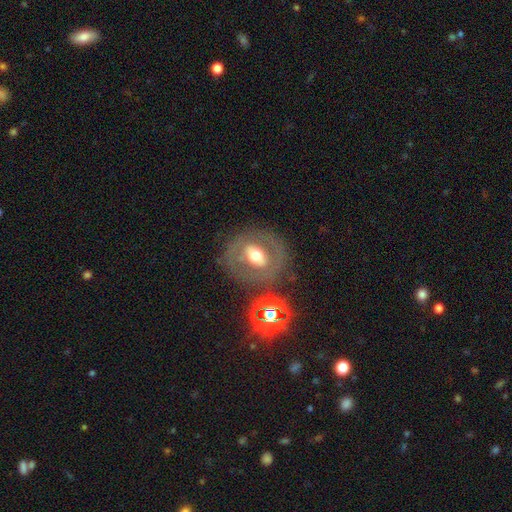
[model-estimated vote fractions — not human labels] A featured or disk galaxy (54%).

Vote fractions:
- Smooth or featured? featured or disk: 54% / smooth: 35% / star or artifact: 11%
- Edge-on disk? no: 91% / yes: 9%
- Merging? none: 74% / minor disturbance: 12% / major disturbance: 9% / merger: 4%